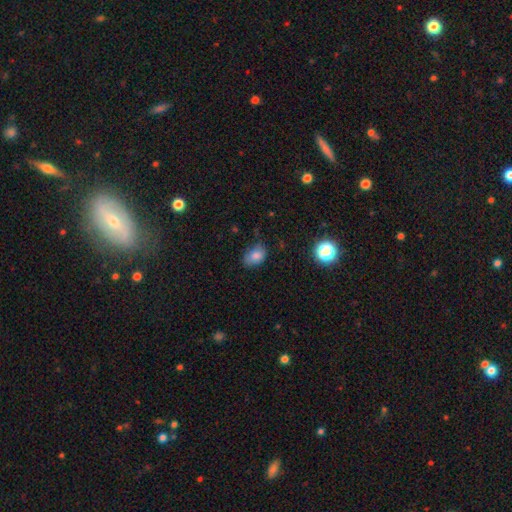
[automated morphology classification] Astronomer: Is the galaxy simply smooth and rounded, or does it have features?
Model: smooth — 79%.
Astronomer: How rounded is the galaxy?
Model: in between — 78%.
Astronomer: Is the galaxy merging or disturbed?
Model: none — 57%.